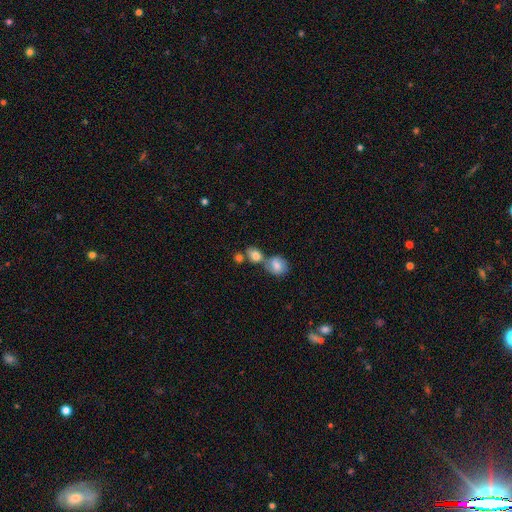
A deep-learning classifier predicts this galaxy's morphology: type=smooth (79%); roundness=round (52%); merging=merger (50%).